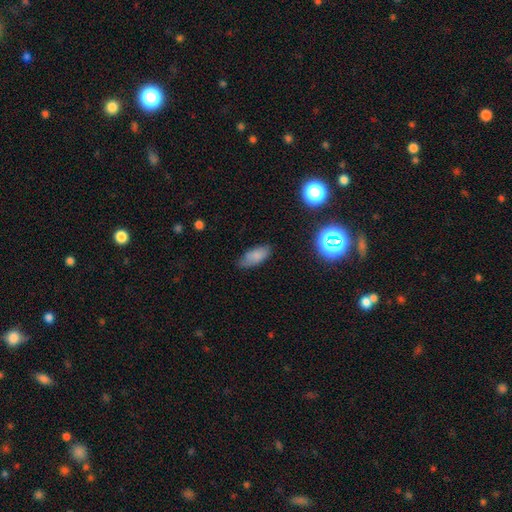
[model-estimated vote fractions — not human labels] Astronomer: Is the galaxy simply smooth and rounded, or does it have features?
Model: smooth — 79%.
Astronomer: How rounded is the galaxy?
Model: in between — 86%.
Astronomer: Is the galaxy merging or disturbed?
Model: none — 72%.